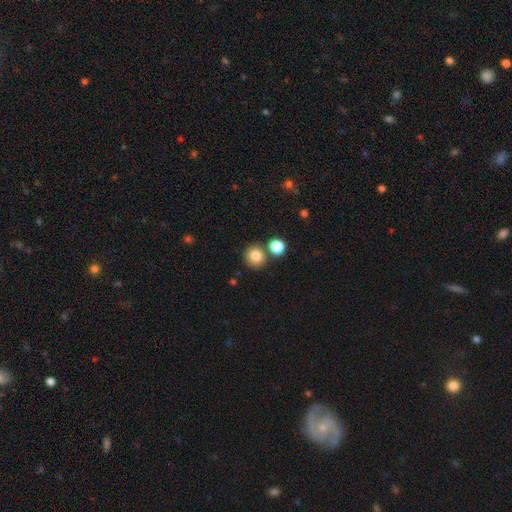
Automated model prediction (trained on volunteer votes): Smooth or featured? Predicted: smooth (p=0.81). How rounded? Predicted: round (p=0.91). Merging? Predicted: none (p=0.77).